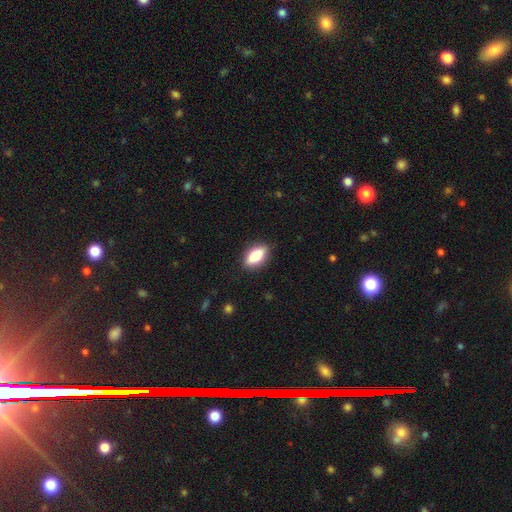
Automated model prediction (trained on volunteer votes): Smooth or featured? Predicted: smooth (p=0.76). How rounded? Predicted: in between (p=0.79). Merging? Predicted: none (p=0.85).